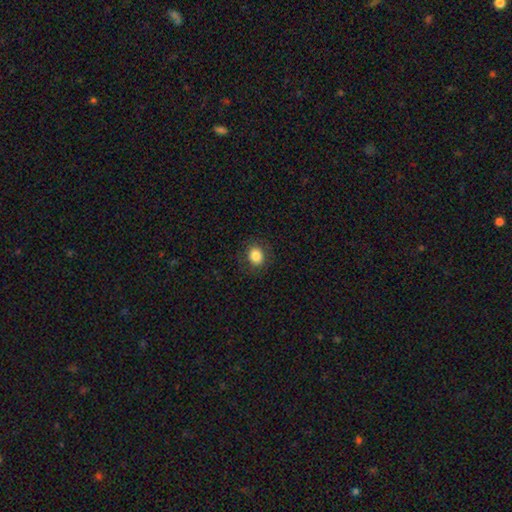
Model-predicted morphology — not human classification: This appears to be a smooth galaxy with no disk features (85%) that is round (62%). Merging: none (86%).